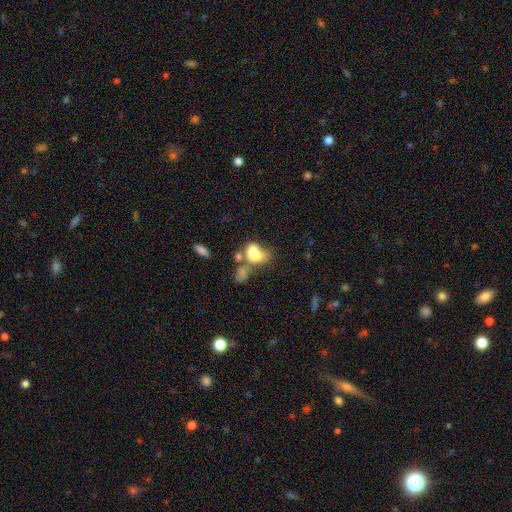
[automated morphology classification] smooth 64%, featured or disk 24%, star or artifact 12%. Down the decision tree: how rounded — in between (77%); merging — merger (56%).